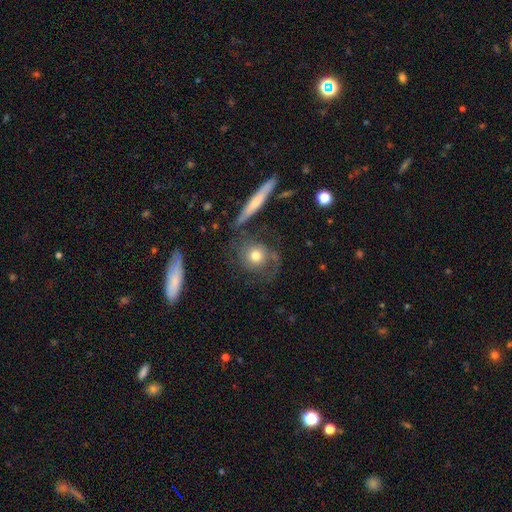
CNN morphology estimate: Smooth or featured: smooth — 46% (featured or disk — 45%)
Merging: none — 56% (minor disturbance — 19%)